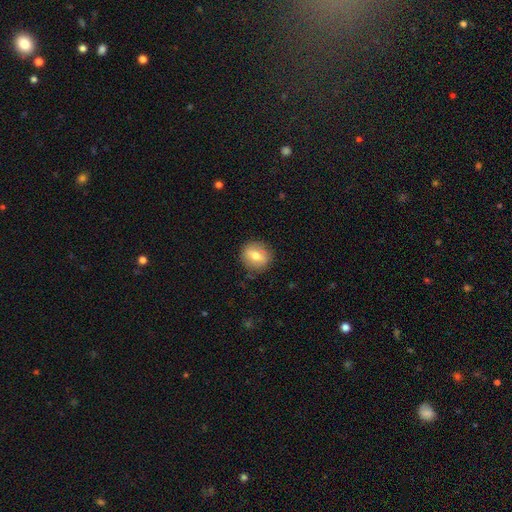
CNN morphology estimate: This is likely a smooth galaxy (65%). How rounded: likely round (74%). Merging: clearly none (85%).